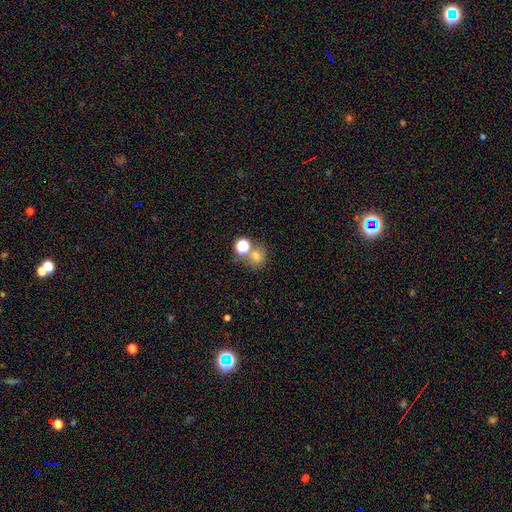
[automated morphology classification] This appears to be a smooth galaxy with no disk features (68%) that is round (73%). Merging: none (51%).